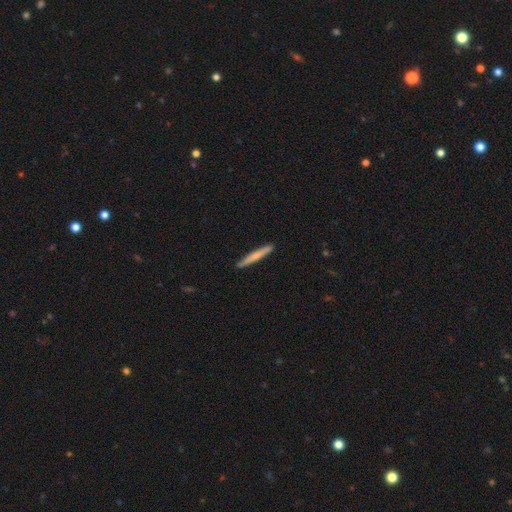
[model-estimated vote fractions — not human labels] smooth 60%, featured or disk 35%, star or artifact 5%. Down the decision tree: how rounded — cigar-shaped (96%); merging — none (90%).